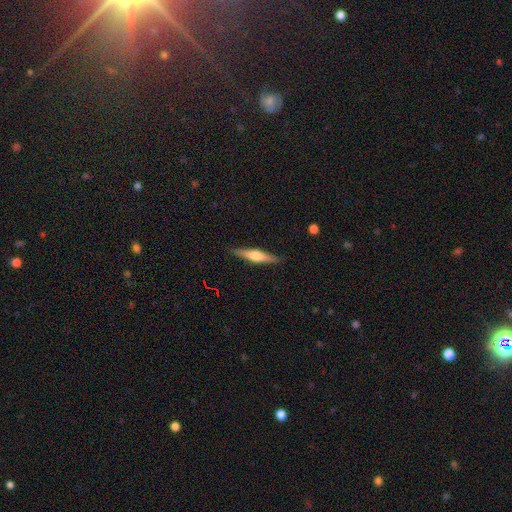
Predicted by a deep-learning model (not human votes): Smooth or featured?
  - featured or disk: 59% *
  - smooth: 35%
  - star or artifact: 6%
Edge-on disk?
  - yes: 96% *
  - no: 4%
Edge-on bulge?
  - rounded: 83% *
  - boxy: 12%
  - none: 5%
Merging?
  - none: 89% *
  - minor disturbance: 8%
  - major disturbance: 2%
  - merger: 1%